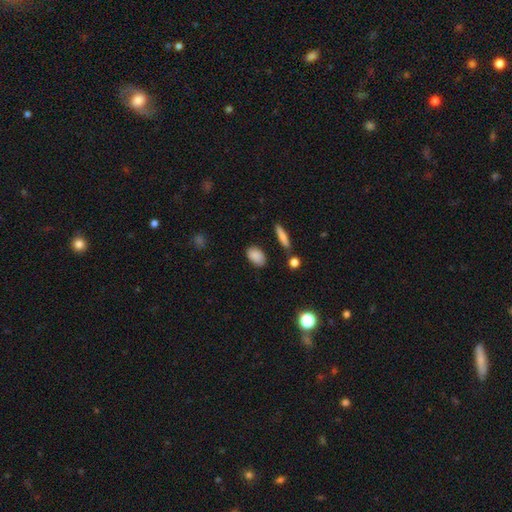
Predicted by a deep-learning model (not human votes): Smooth or featured: smooth — 86% (star or artifact — 8%)
How rounded: in between — 88% (round — 9%)
Merging: none — 81% (minor disturbance — 13%)